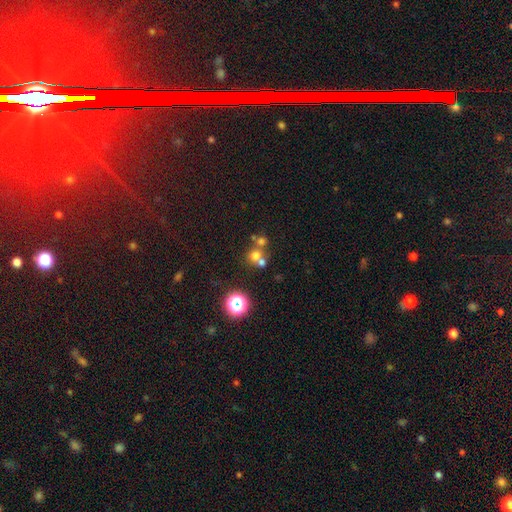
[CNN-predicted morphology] The model was most divided on "merging": none: 48%, merger: 43%, minor disturbance: 6%, major disturbance: 4%. More confident: how rounded — round (87%); smooth or featured — smooth (62%).